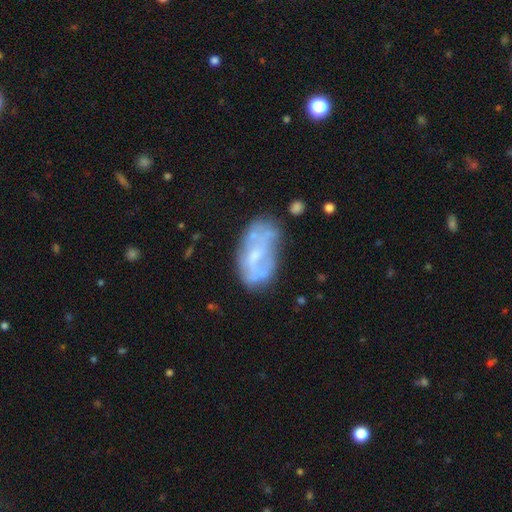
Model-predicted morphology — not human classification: Smooth or featured: featured or disk — 59% (smooth — 32%)
Edge-on disk: no — 95% (yes — 5%)
Bar: no — 66% (weak — 27%)
Spiral arms: no — 67% (yes — 33%)
Bulge size: small — 49% (moderate — 25%)
Merging: none — 45% (minor disturbance — 27%)